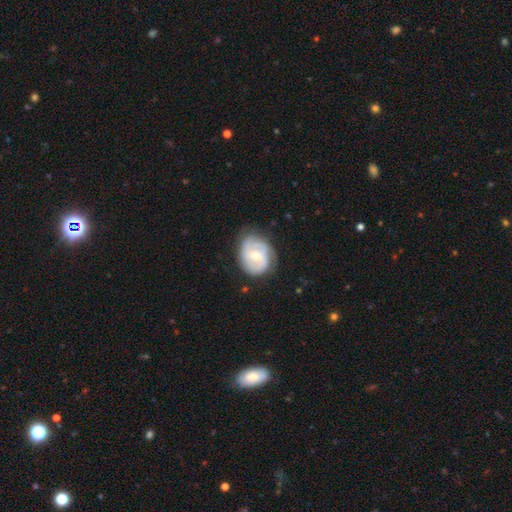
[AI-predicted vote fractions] A featured or disk galaxy (68%) with no bar (56%), 2 (37%) tight (49%) spiral arms (87%) and a moderate central bulge (50%).

Vote fractions:
- Smooth or featured? featured or disk: 68% / smooth: 26% / star or artifact: 6%
- Edge-on disk? no: 98% / yes: 2%
- Bar? no: 56% / weak: 37% / strong: 7%
- Spiral arms? yes: 87% / no: 13%
- Spiral winding? tight: 49% / medium: 38% / loose: 13%
- Spiral arm count? 2: 37% / can't tell: 29% / 3: 22% / 1: 5% / 4: 4% / more than 4: 3%
- Bulge size? moderate: 50% / small: 45% / large: 2% / none: 2% / dominant: 1%
- Merging? none: 66% / minor disturbance: 24% / major disturbance: 8% / merger: 1%